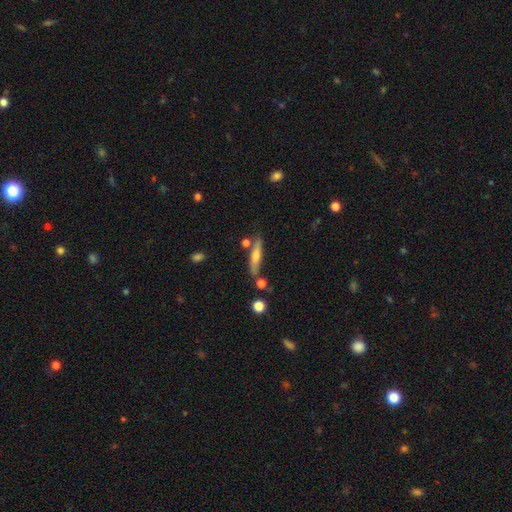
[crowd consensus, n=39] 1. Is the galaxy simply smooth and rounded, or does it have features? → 51% featured or disk, 46% smooth, 3% star or artifact.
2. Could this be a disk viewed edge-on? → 90% yes, 10% no.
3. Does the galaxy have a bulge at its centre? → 78% rounded, 17% boxy, 6% none.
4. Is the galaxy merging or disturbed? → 74% none, 16% minor disturbance, 5% major disturbance, 5% merger.